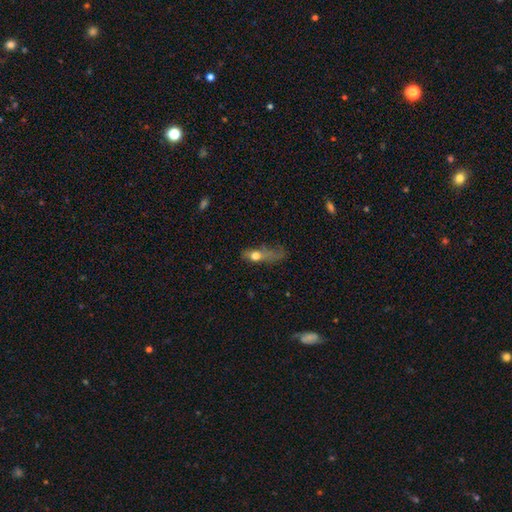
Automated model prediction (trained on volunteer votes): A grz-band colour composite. It shows a smooth galaxy with no disk features (62%) that is in between round and cigar-shaped (52%). Merging: major disturbance (48%).